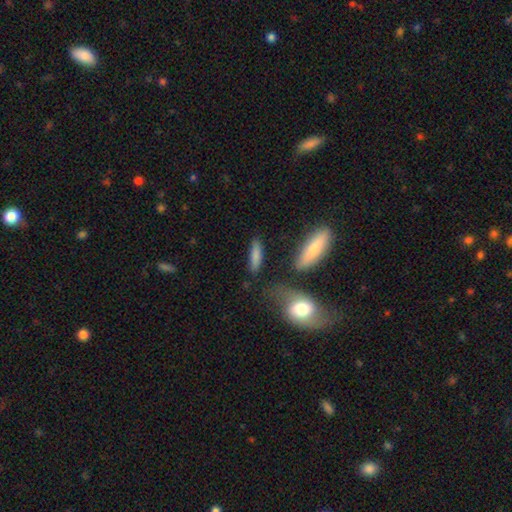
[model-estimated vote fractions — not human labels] smooth-or-featured: smooth: 79% | featured or disk: 14% | star or artifact: 7%
  how-rounded: cigar-shaped: 65% | in between: 32% | round: 3%
  merging: none: 76% | minor disturbance: 14% | merger: 6% | major disturbance: 4%